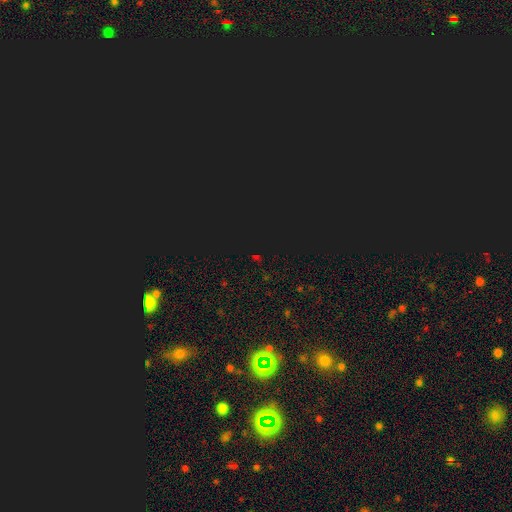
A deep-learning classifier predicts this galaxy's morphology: A star or artifact, not a galaxy (72%).